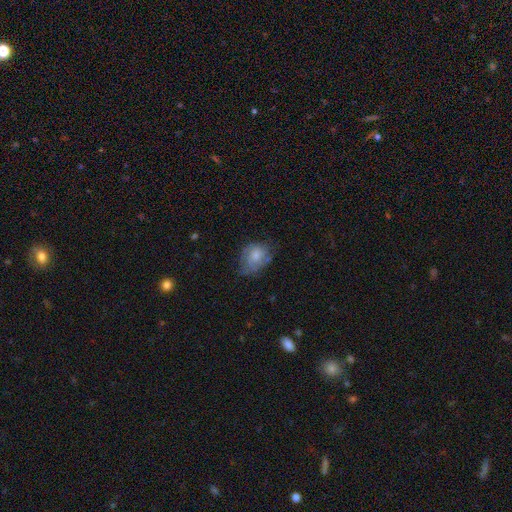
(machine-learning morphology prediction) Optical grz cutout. It shows a smooth galaxy with no disk features (62%) that is in between round and cigar-shaped (68%). Merging: none (46%).